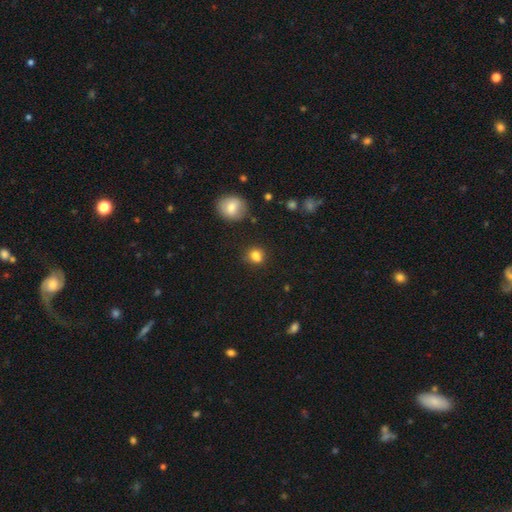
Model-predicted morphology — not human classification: type=smooth (81%); roundness=round (74%); merging=none (70%).